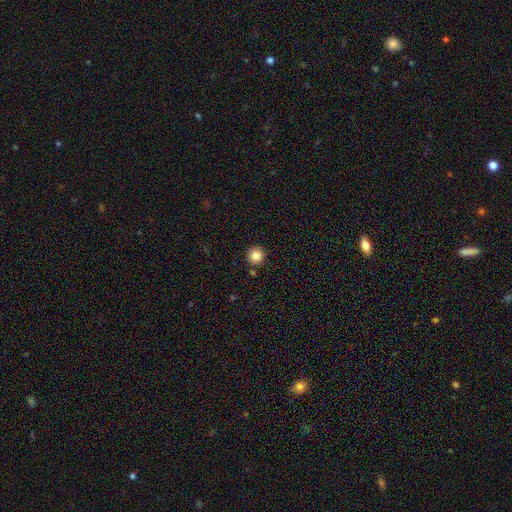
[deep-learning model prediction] Morphology: type=smooth (84%); roundness=round (96%); merging=none (88%).